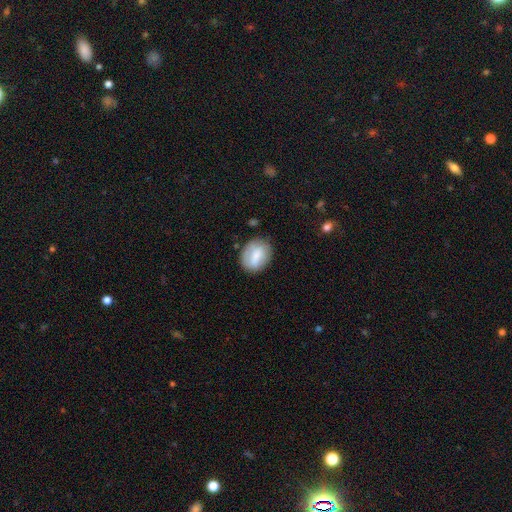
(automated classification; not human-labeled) Smooth or featured?
  - smooth: 70% *
  - featured or disk: 22%
  - star or artifact: 7%
How rounded?
  - in between: 65% *
  - round: 33%
  - cigar-shaped: 1%
Merging?
  - none: 74% *
  - minor disturbance: 19%
  - major disturbance: 6%
  - merger: 2%